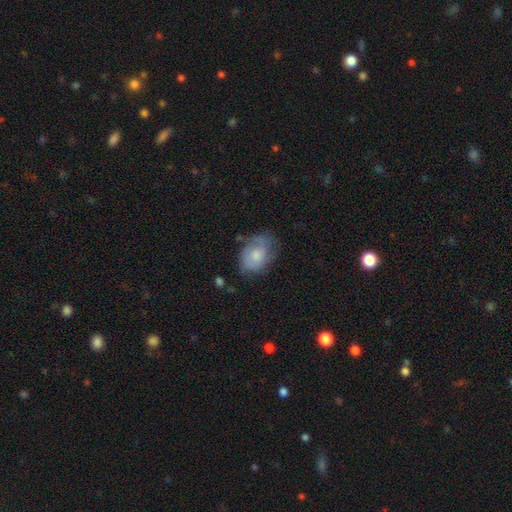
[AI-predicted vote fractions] This appears to be a smooth galaxy with no disk features (63%) that is in between round and cigar-shaped (73%). Merging: none (52%).